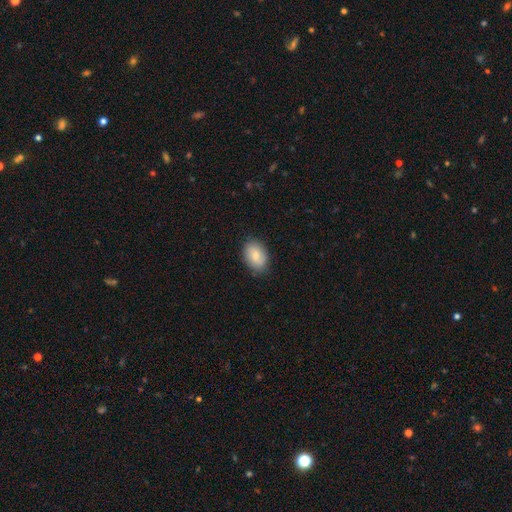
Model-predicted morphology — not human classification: Smooth or featured: smooth — 78% (featured or disk — 15%)
How rounded: in between — 78% (round — 21%)
Merging: none — 84% (minor disturbance — 12%)